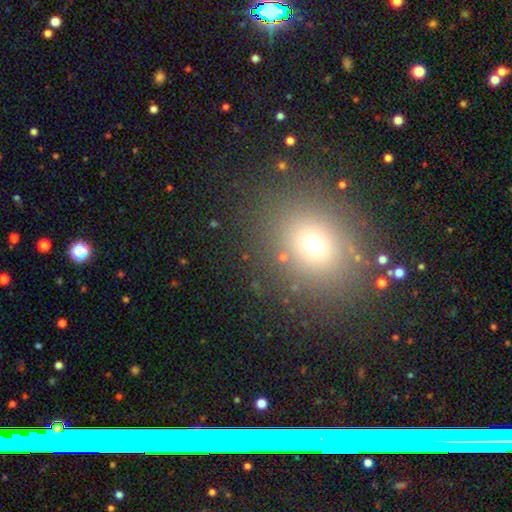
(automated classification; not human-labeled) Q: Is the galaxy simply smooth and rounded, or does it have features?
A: smooth — 57%.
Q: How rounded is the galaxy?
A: round — 59%.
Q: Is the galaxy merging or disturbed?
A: none — 89%.